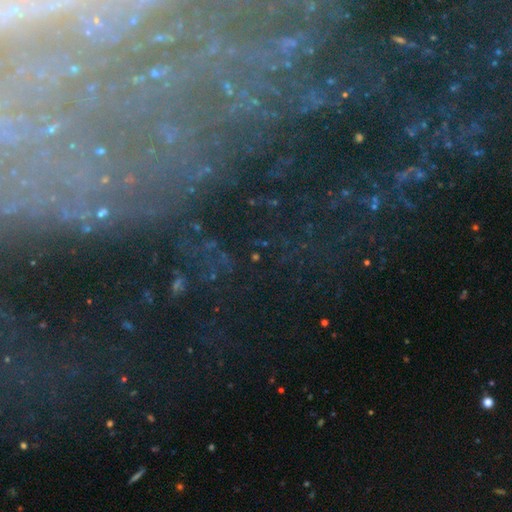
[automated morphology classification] Smooth or featured? featured or disk (57%)
Edge-on disk? no (84%)
Merging? none (70%)